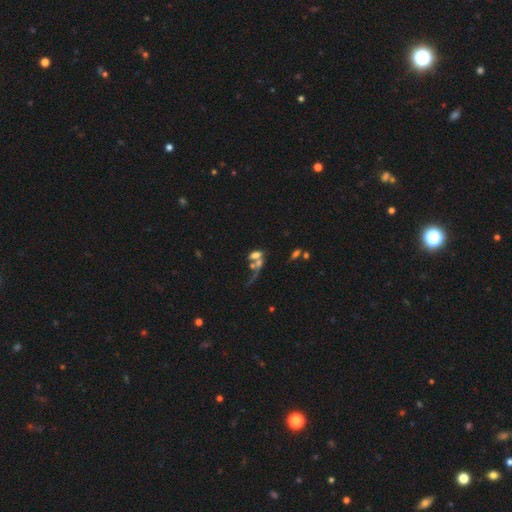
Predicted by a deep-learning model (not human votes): Smooth or featured? smooth (51%)
How rounded? in between (75%)
Merging? merger (56%)